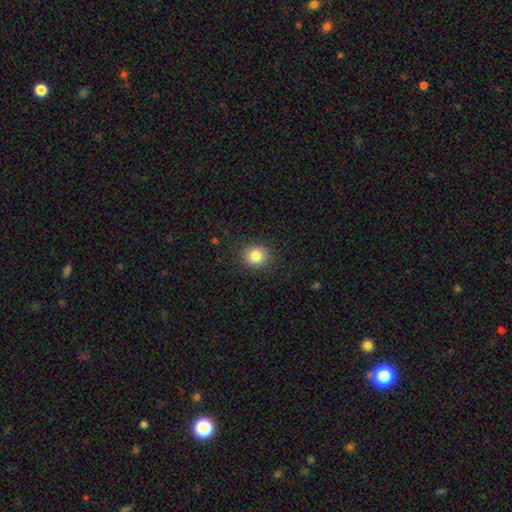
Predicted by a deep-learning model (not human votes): Smooth or featured?
  - smooth: 83% *
  - star or artifact: 11%
  - featured or disk: 6%
How rounded?
  - round: 81% *
  - in between: 18%
  - cigar-shaped: 1%
Merging?
  - none: 88% *
  - minor disturbance: 8%
  - major disturbance: 3%
  - merger: 1%